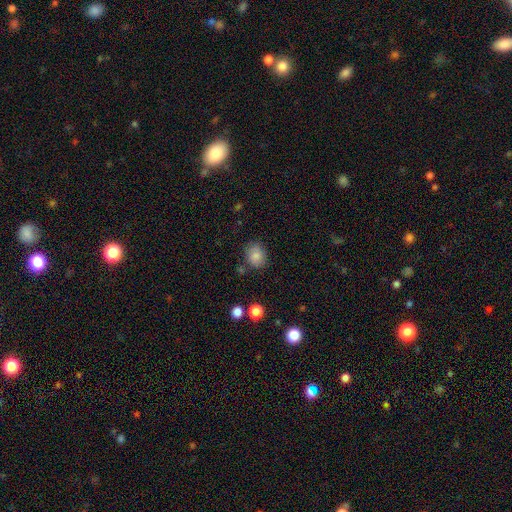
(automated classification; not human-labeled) smooth-or-featured: smooth: 82% | star or artifact: 10% | featured or disk: 8%
  how-rounded: round: 59% | in between: 40% | cigar-shaped: 1%
  merging: none: 77% | minor disturbance: 15% | major disturbance: 4% | merger: 4%